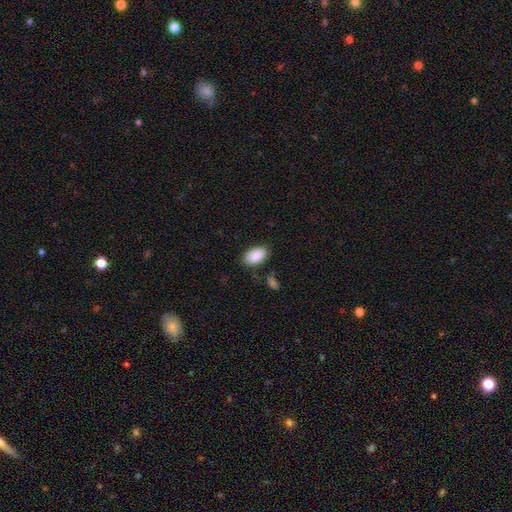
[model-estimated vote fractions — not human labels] Smooth or featured?
  - smooth: 90% *
  - star or artifact: 6%
  - featured or disk: 4%
How rounded?
  - in between: 93% *
  - round: 6%
  - cigar-shaped: 1%
Merging?
  - none: 80% *
  - minor disturbance: 13%
  - major disturbance: 4%
  - merger: 3%